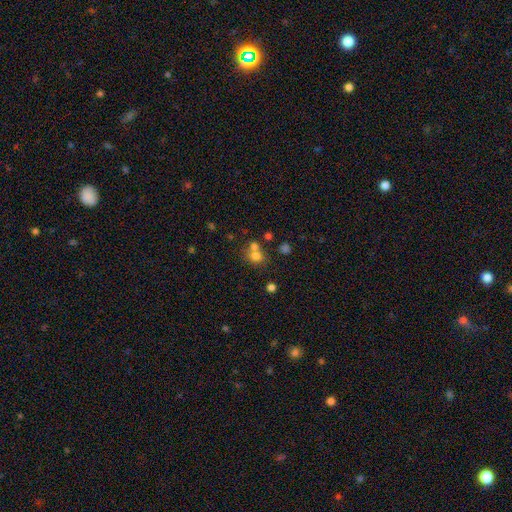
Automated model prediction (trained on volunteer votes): Q: Smooth or featured?
A: smooth (72%); runner-up: star or artifact (17%)
Q: How rounded?
A: round (78%); runner-up: in between (21%)
Q: Merging?
A: none (46%); runner-up: merger (43%)